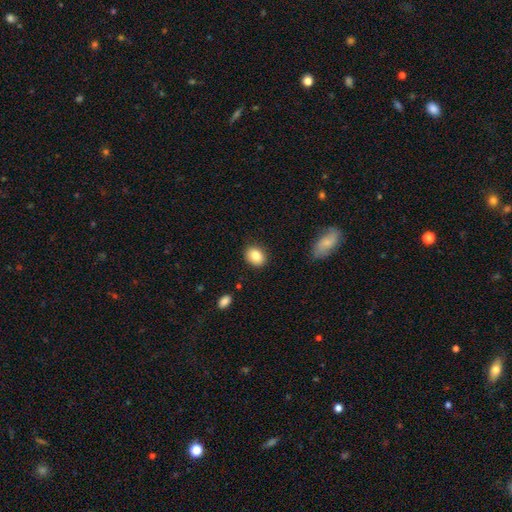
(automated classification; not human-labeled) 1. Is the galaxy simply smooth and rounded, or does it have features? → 82% smooth, 9% featured or disk, 9% star or artifact.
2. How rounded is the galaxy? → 54% in between, 45% round, 1% cigar-shaped.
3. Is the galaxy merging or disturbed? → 88% none, 9% minor disturbance, 2% major disturbance, 1% merger.